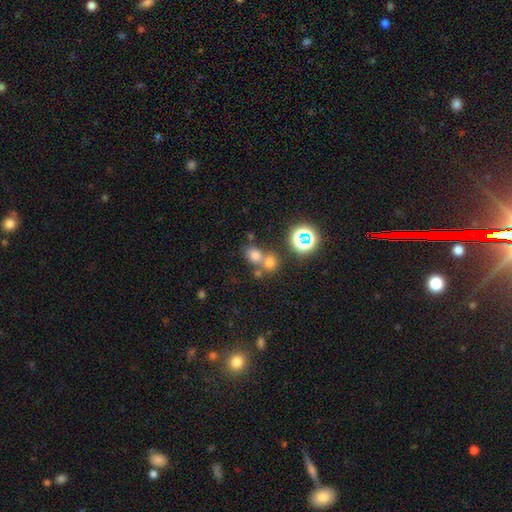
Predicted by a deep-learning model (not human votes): smooth_or_featured: smooth (p=0.67) [alt: star or artifact p=0.24]
how_rounded: round (p=0.64) [alt: in between p=0.35]
merging: none (p=0.49) [alt: merger p=0.40]